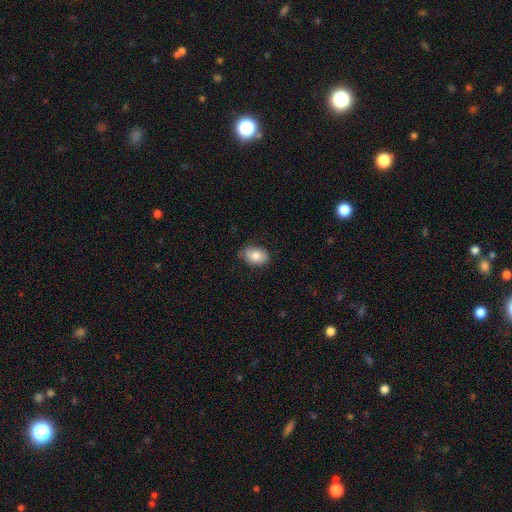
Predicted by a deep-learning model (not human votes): Smooth or featured: smooth — 81% (featured or disk — 11%)
How rounded: in between — 76% (round — 23%)
Merging: none — 77% (minor disturbance — 18%)